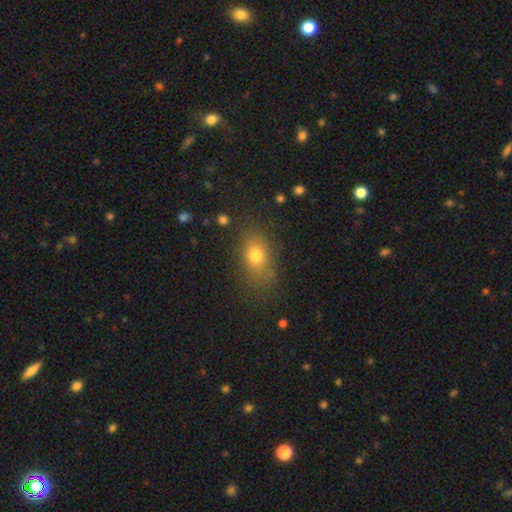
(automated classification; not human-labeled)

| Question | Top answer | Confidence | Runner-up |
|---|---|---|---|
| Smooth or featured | smooth | 75% | star or artifact (13%) |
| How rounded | in between | 73% | round (24%) |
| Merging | none | 75% | minor disturbance (16%) |